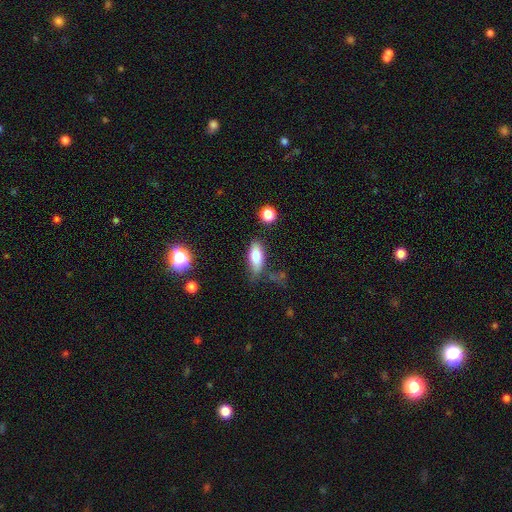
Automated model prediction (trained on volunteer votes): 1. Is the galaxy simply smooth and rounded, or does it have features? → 76% smooth, 15% featured or disk, 8% star or artifact.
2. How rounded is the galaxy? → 78% in between, 18% cigar-shaped, 3% round.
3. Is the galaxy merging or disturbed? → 59% none, 25% minor disturbance, 10% major disturbance, 6% merger.